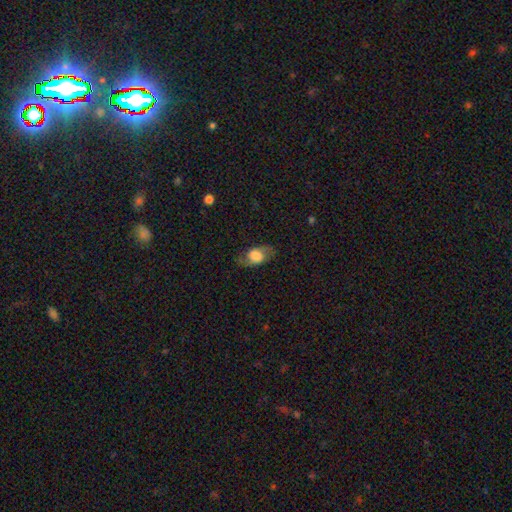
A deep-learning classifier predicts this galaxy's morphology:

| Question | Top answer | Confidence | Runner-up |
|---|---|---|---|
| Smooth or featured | smooth | 57% | featured or disk (35%) |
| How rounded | in between | 80% | round (16%) |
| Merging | none | 73% | minor disturbance (17%) |